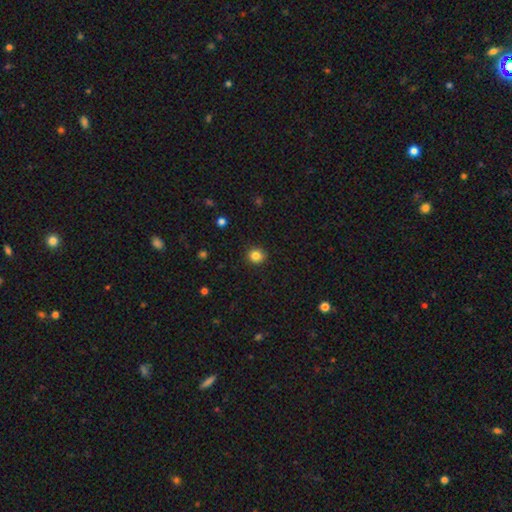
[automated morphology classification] Smooth or featured? Predicted: smooth (p=0.83). How rounded? Predicted: round (p=0.89). Merging? Predicted: none (p=0.88).